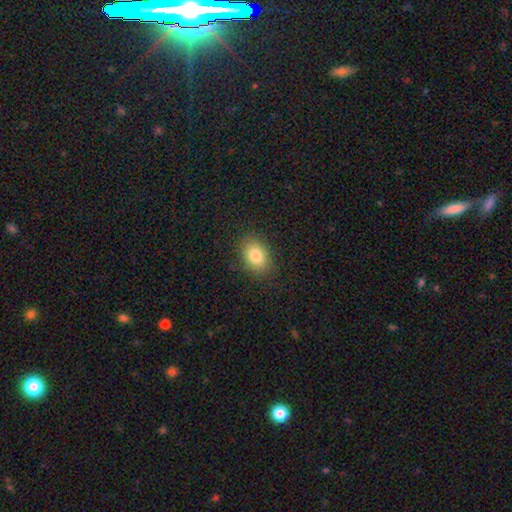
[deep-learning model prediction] smooth-or-featured: smooth: 83% | star or artifact: 9% | featured or disk: 8%
  how-rounded: in between: 75% | round: 24% | cigar-shaped: 1%
  merging: none: 86% | minor disturbance: 10% | major disturbance: 3% | merger: 1%